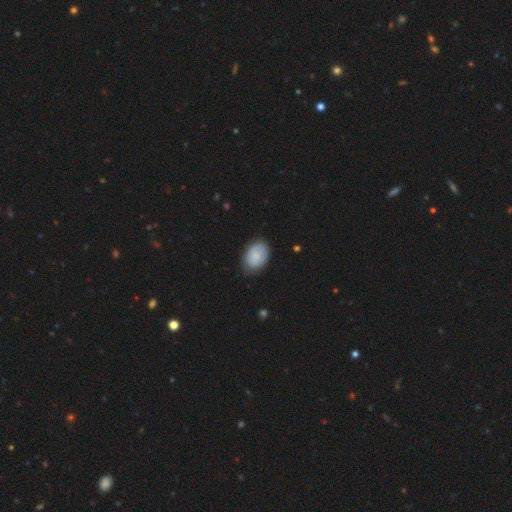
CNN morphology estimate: type=smooth (85%); roundness=in between (85%); merging=none (78%).